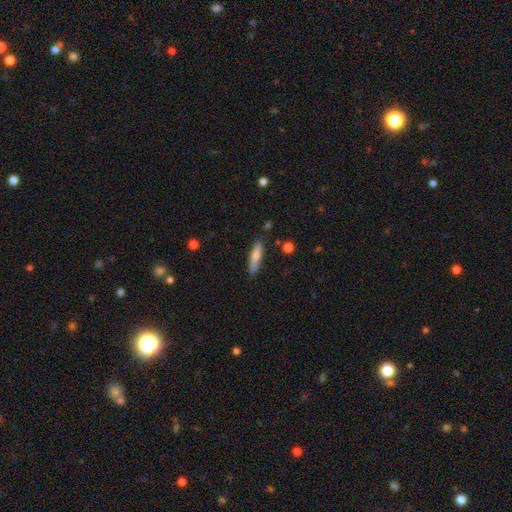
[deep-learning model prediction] A smooth galaxy with no disk features (73%) that is cigar-shaped (76%). Merging: none (84%).